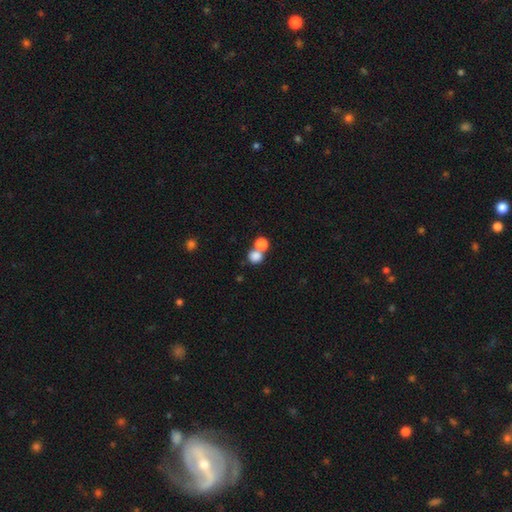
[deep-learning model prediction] Morphology: type=smooth (81%); roundness=round (80%); merging=merger (46%).